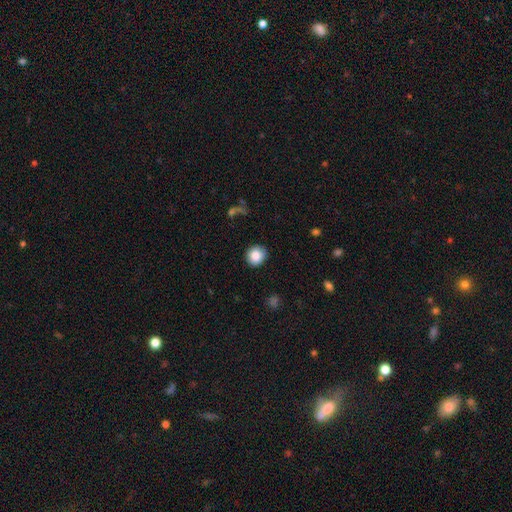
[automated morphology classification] This appears to be a smooth galaxy with no disk features (85%) that is round (85%). Merging: none (89%).